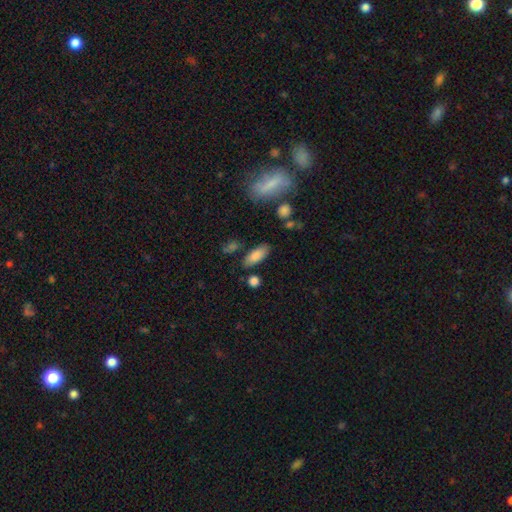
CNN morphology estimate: Overall: smooth (83%). How rounded: in between (80%). Merging: none (79%).